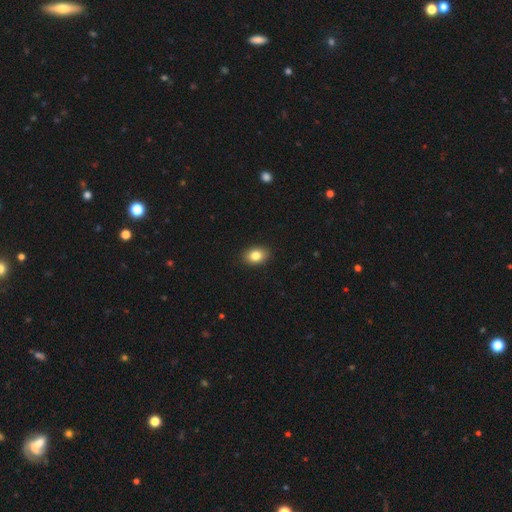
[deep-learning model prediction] Smooth or featured? smooth (83%)
How rounded? in between (72%)
Merging? none (90%)